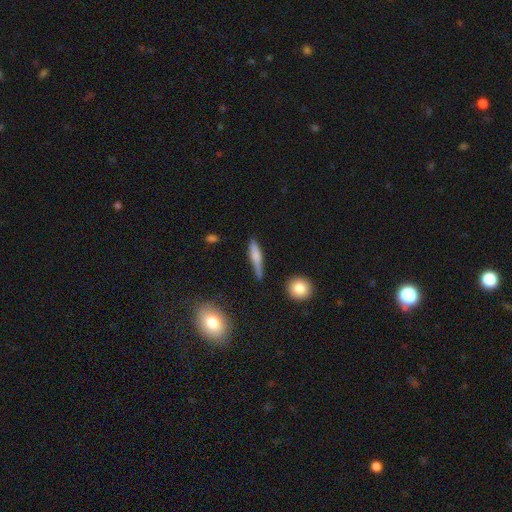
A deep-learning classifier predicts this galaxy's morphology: Q: Smooth or featured?
A: smooth (62%); runner-up: featured or disk (31%)
Q: How rounded?
A: cigar-shaped (82%); runner-up: in between (15%)
Q: Merging?
A: none (70%); runner-up: minor disturbance (21%)